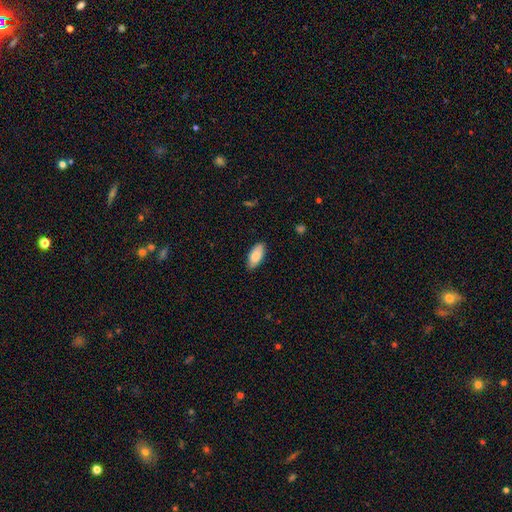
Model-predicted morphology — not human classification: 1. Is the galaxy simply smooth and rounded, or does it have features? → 85% smooth, 9% featured or disk, 6% star or artifact.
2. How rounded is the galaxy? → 90% in between, 9% cigar-shaped, 2% round.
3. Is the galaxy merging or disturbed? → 85% none, 12% minor disturbance, 2% major disturbance, 1% merger.